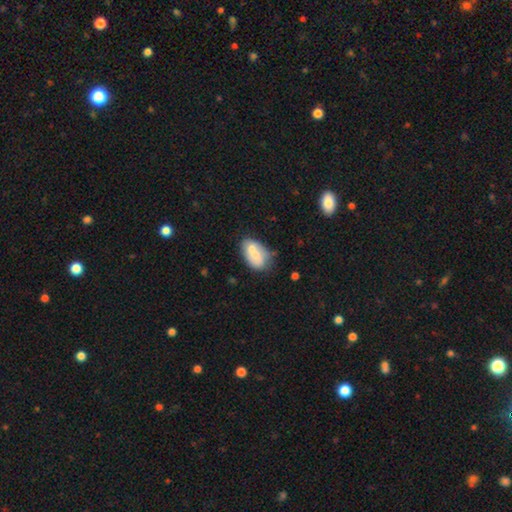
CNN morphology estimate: smooth-or-featured: smooth: 58% | featured or disk: 35% | star or artifact: 7%
  how-rounded: in between: 89% | round: 9% | cigar-shaped: 2%
  merging: none: 44% | merger: 28% | minor disturbance: 21% | major disturbance: 7%